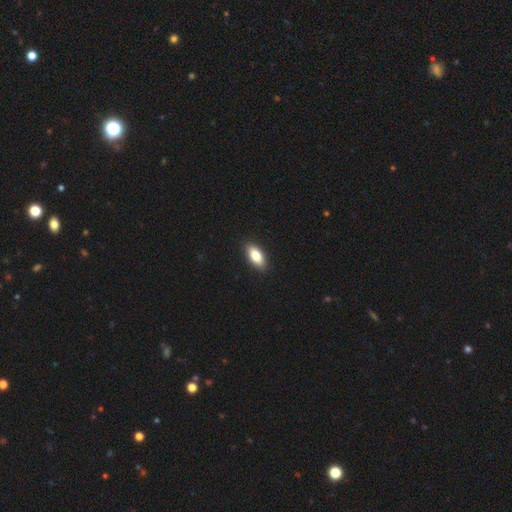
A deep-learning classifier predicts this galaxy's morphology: Overall: smooth (83%). How rounded: in between (87%). Merging: none (90%).